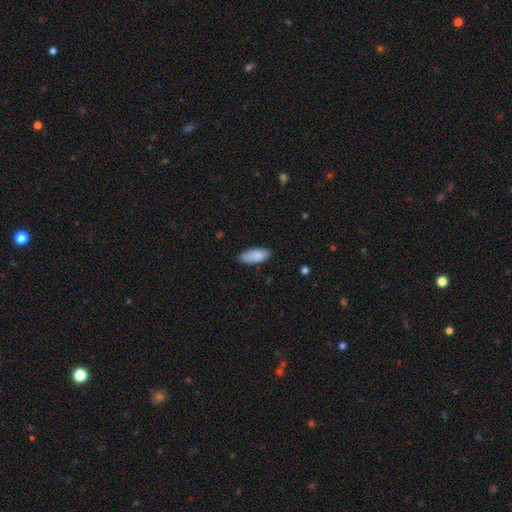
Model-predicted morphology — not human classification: Q: Smooth or featured?
A: smooth (83%); runner-up: featured or disk (11%)
Q: How rounded?
A: in between (83%); runner-up: cigar-shaped (15%)
Q: Merging?
A: none (80%); runner-up: minor disturbance (16%)